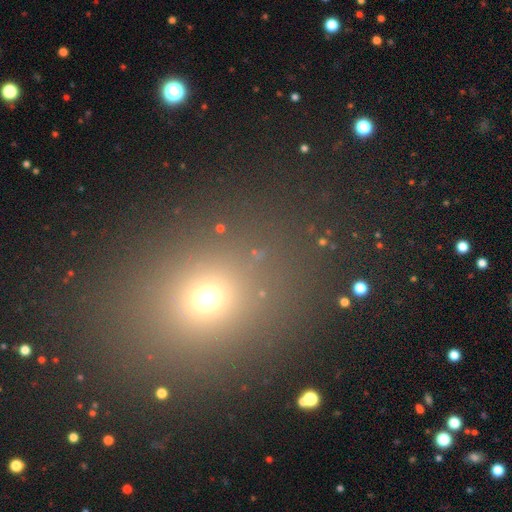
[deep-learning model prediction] Q: Smooth or featured?
A: smooth (57%); runner-up: star or artifact (36%)
Q: How rounded?
A: round (64%); runner-up: in between (34%)
Q: Merging?
A: none (86%); runner-up: minor disturbance (7%)